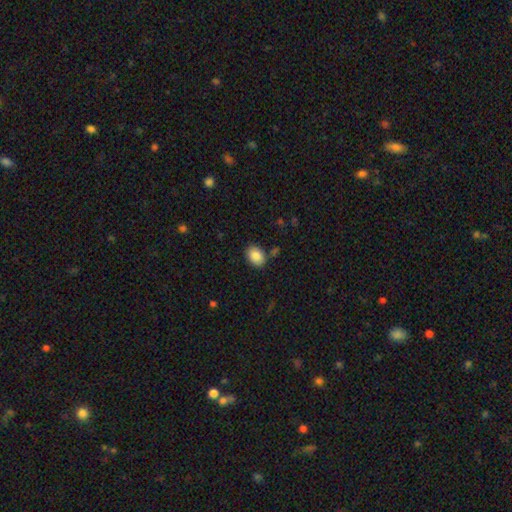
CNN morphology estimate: Smooth or featured?
  - smooth: 86% *
  - star or artifact: 8%
  - featured or disk: 6%
How rounded?
  - in between: 70% *
  - round: 29%
  - cigar-shaped: 1%
Merging?
  - none: 82% *
  - minor disturbance: 11%
  - merger: 4%
  - major disturbance: 3%